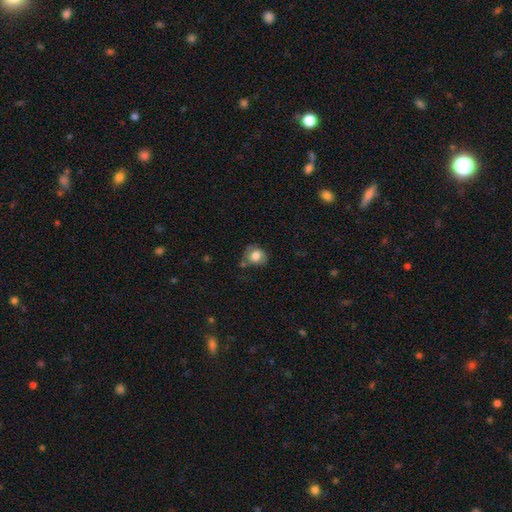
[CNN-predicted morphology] The model was most divided on "merging": none: 51%, minor disturbance: 29%, major disturbance: 12%, merger: 8%. More confident: smooth or featured — smooth (71%); how rounded — round (63%).